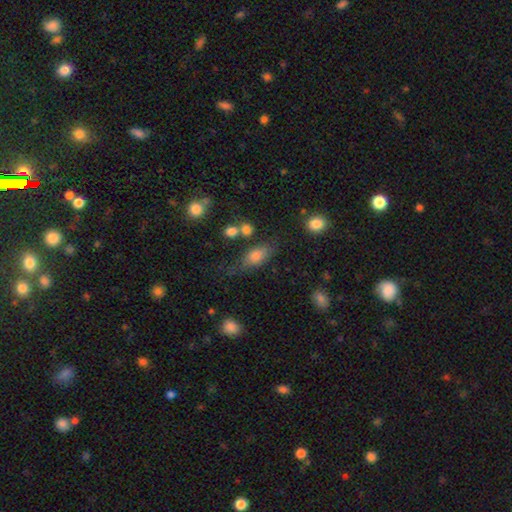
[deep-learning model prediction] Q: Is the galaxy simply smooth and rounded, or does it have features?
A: smooth — 75%.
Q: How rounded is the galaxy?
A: in between — 80%.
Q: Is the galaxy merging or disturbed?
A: none — 59%.